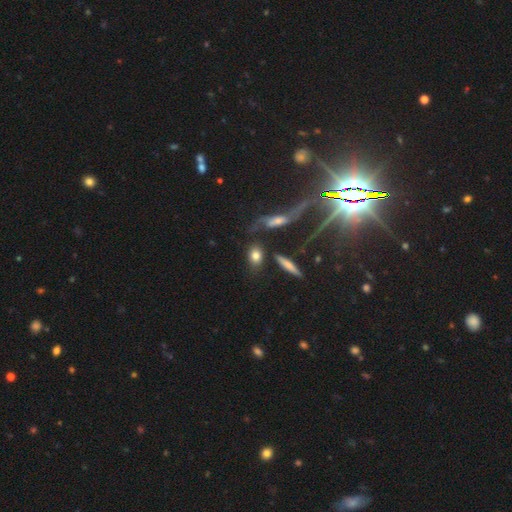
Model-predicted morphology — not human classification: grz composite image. It shows a smooth galaxy with no disk features (78%) that is in between round and cigar-shaped (71%). Merging: none (66%).